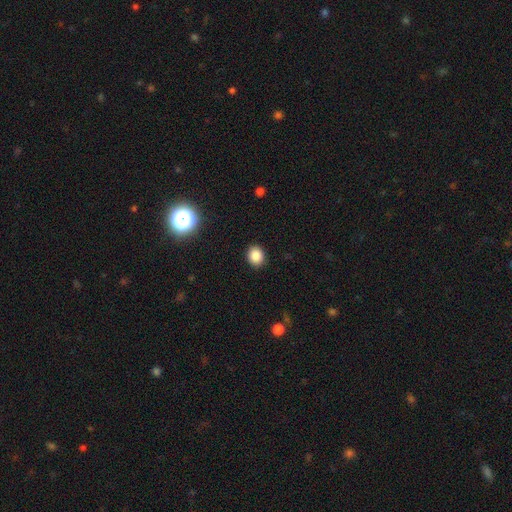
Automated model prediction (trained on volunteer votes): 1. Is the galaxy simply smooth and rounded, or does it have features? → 85% smooth, 11% star or artifact, 4% featured or disk.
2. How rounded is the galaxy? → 72% round, 27% in between, 1% cigar-shaped.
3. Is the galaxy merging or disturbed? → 91% none, 6% minor disturbance, 2% major disturbance, 1% merger.